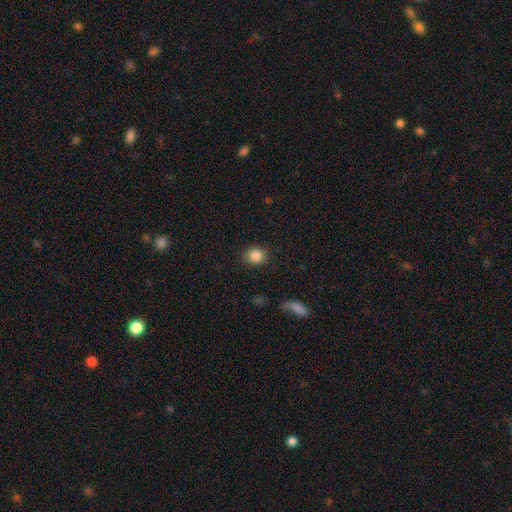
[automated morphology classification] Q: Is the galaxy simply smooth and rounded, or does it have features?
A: smooth — 85%.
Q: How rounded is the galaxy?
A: round — 74%.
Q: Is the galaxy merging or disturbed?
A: none — 89%.